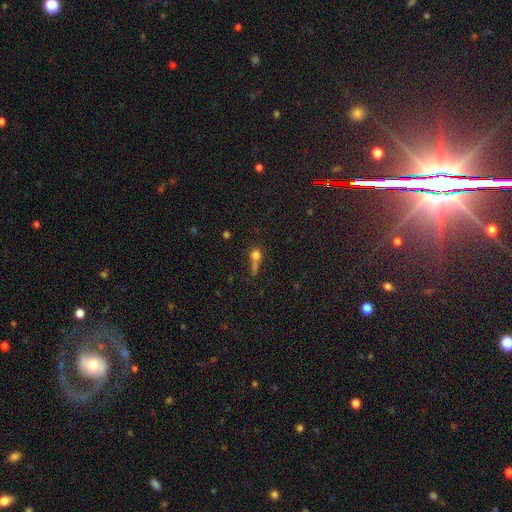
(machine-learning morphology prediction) smooth 68%, star or artifact 19%, featured or disk 12%. Down the decision tree: how rounded — round (72%); merging — none (41%).